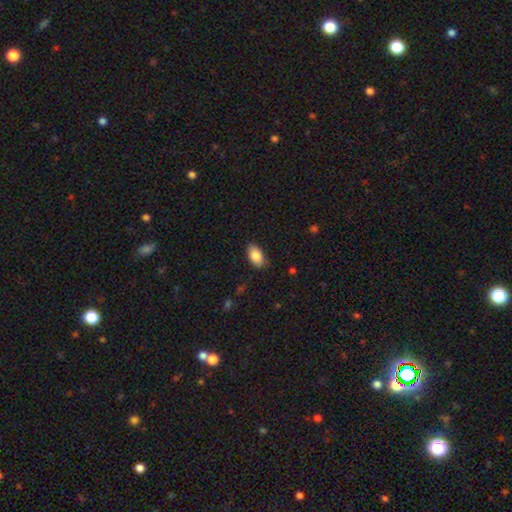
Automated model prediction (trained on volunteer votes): Smooth or featured? Predicted: smooth (p=0.86). How rounded? Predicted: in between (p=0.93). Merging? Predicted: none (p=0.85).